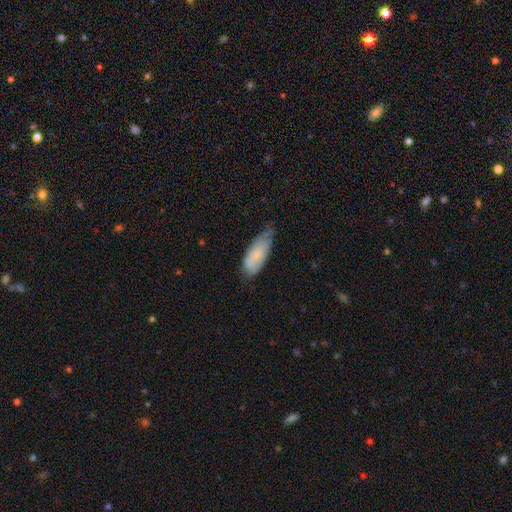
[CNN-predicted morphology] Smooth or featured?
  - smooth: 77% *
  - featured or disk: 16%
  - star or artifact: 7%
How rounded?
  - in between: 76% *
  - cigar-shaped: 23%
  - round: 2%
Merging?
  - none: 45% *
  - minor disturbance: 42%
  - major disturbance: 10%
  - merger: 2%